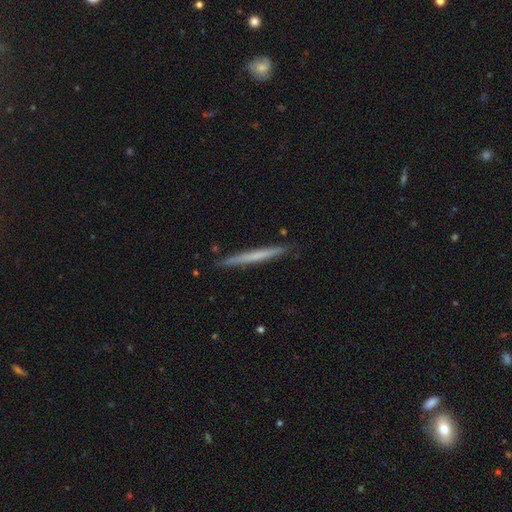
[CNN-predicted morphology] Smooth or featured? smooth (51%)
How rounded? cigar-shaped (97%)
Merging? none (90%)